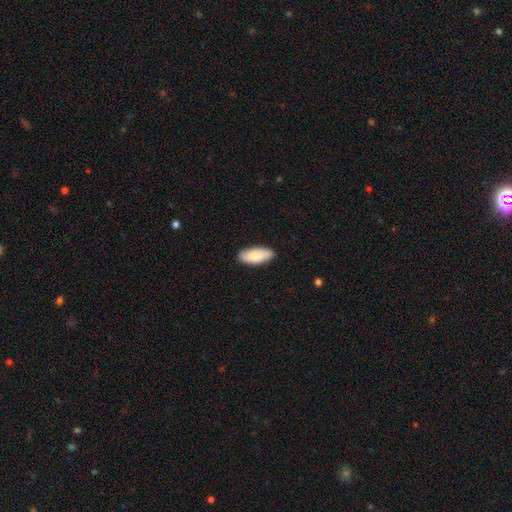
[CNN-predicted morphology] Overall: smooth (83%). How rounded: in between (86%). Merging: none (87%).